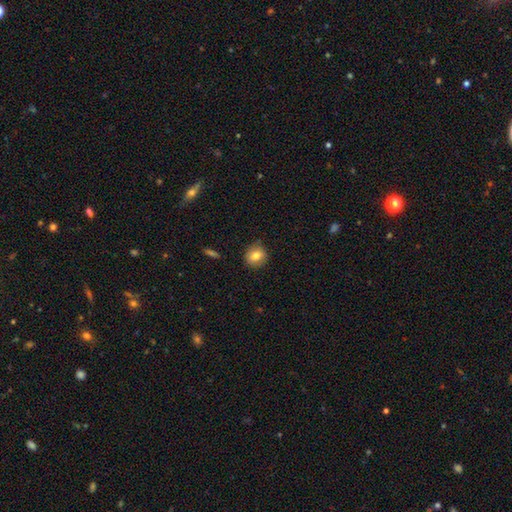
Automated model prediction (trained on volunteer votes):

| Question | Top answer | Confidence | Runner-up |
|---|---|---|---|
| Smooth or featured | smooth | 78% | featured or disk (13%) |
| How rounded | round | 83% | in between (16%) |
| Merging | none | 84% | minor disturbance (13%) |